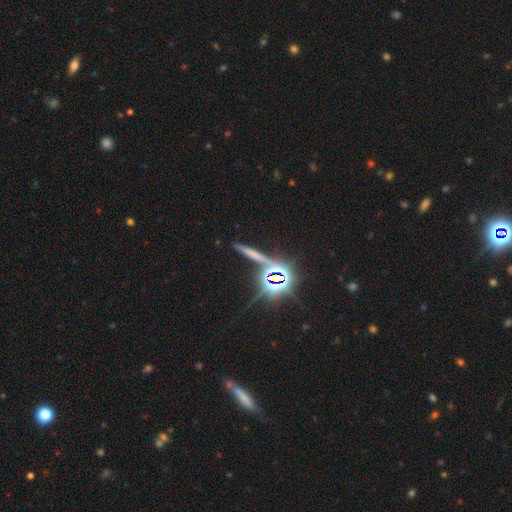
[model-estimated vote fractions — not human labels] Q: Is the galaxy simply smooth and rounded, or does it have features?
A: star or artifact — 49%.